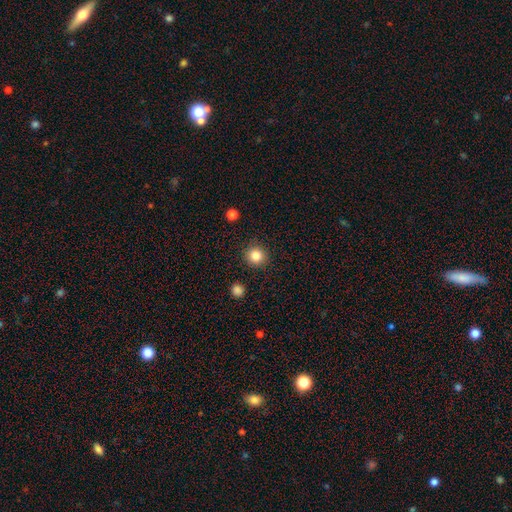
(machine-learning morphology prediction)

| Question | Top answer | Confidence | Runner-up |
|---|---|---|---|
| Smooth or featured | smooth | 85% | star or artifact (11%) |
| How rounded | round | 93% | in between (6%) |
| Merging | none | 91% | minor disturbance (6%) |